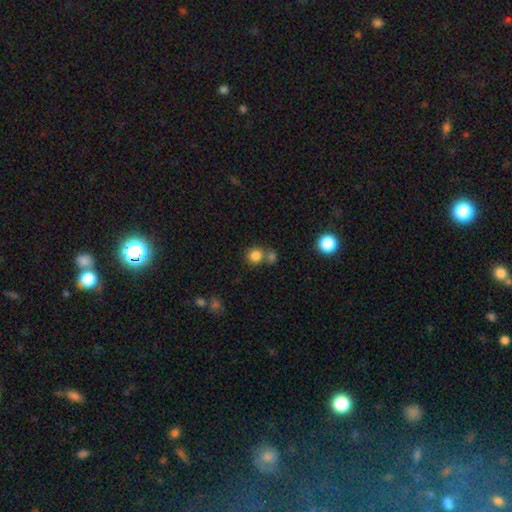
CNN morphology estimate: Smooth or featured: smooth — 82% (star or artifact — 12%)
How rounded: round — 88% (in between — 11%)
Merging: none — 58% (merger — 30%)